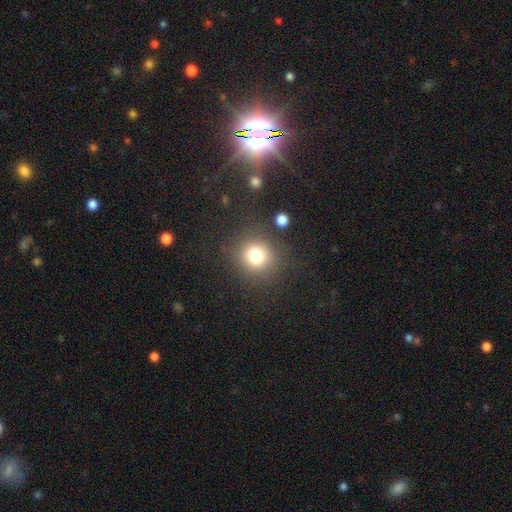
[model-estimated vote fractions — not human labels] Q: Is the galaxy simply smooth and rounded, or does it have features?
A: smooth — 77%.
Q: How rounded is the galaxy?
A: round — 89%.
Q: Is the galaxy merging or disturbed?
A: none — 84%.